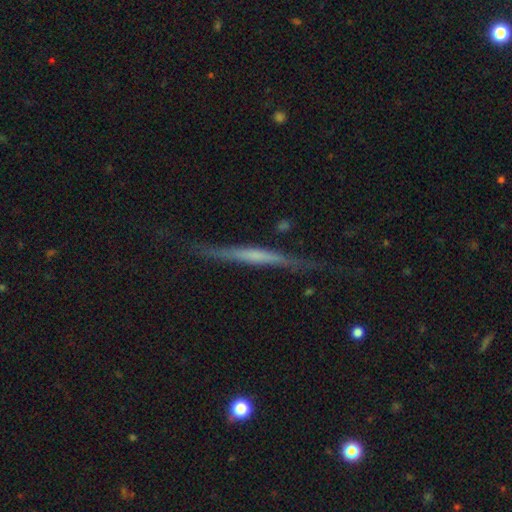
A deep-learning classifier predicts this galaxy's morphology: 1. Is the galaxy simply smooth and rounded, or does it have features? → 63% featured or disk, 31% smooth, 7% star or artifact.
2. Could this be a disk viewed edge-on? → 95% yes, 5% no.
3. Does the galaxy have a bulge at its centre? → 63% none, 21% rounded, 16% boxy.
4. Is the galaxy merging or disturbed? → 74% none, 18% minor disturbance, 5% major disturbance, 2% merger.